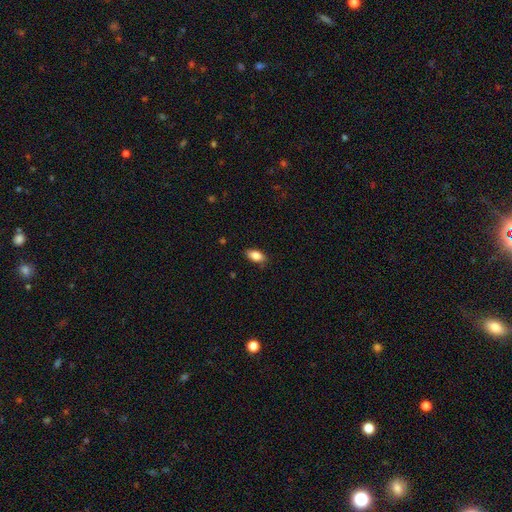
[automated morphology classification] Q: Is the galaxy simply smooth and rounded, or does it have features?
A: smooth — 84%.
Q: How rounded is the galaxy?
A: in between — 90%.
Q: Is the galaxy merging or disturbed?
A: none — 84%.